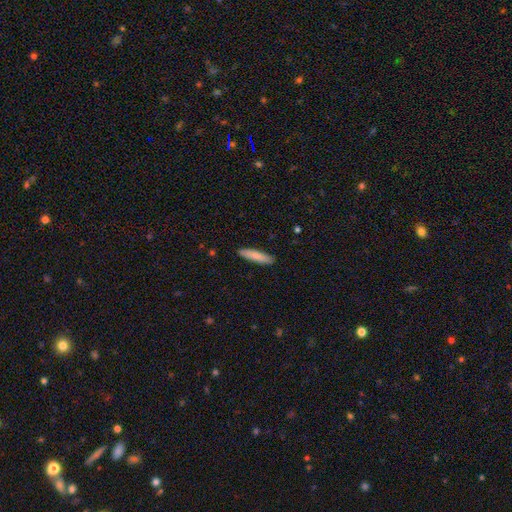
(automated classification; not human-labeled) This is clearly a smooth galaxy (83%). How rounded: clearly cigar-shaped (85%). Merging: clearly none (91%).